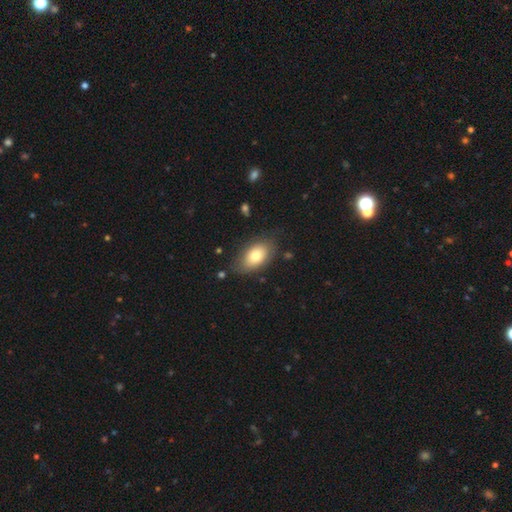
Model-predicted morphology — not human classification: This is likely a smooth galaxy (78%). How rounded: clearly in between (91%). Merging: likely none (74%).